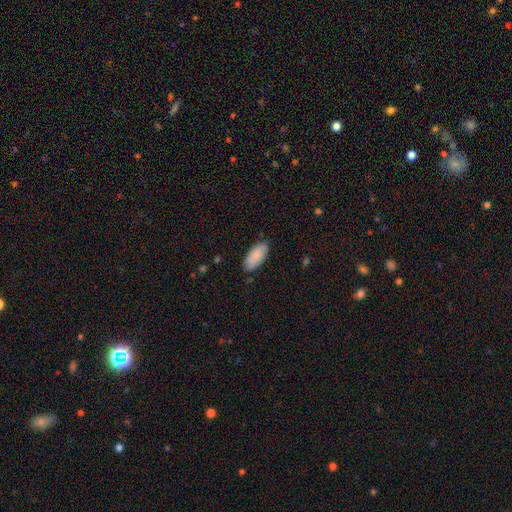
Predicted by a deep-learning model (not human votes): This is clearly a smooth galaxy (89%). How rounded: clearly in between (90%). Merging: clearly none (84%).